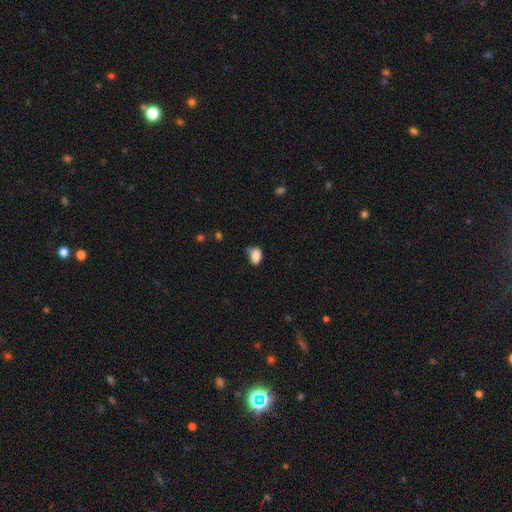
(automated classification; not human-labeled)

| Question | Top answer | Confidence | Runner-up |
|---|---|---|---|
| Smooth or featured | smooth | 85% | star or artifact (9%) |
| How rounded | in between | 83% | round (16%) |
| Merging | none | 46% | minor disturbance (37%) |